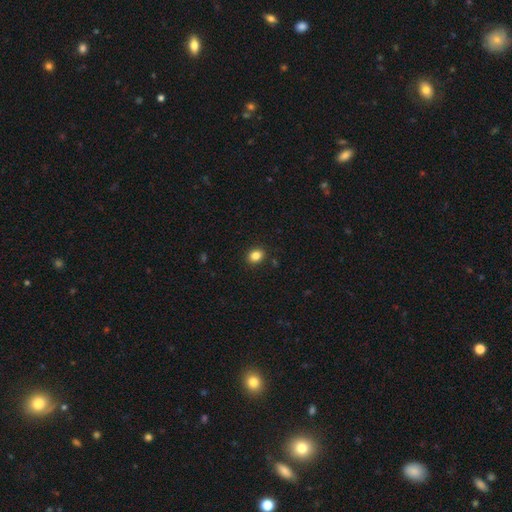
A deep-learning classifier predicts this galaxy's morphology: Smooth or featured? Predicted: smooth (p=0.85). How rounded? Predicted: round (p=0.52). Merging? Predicted: none (p=0.90).